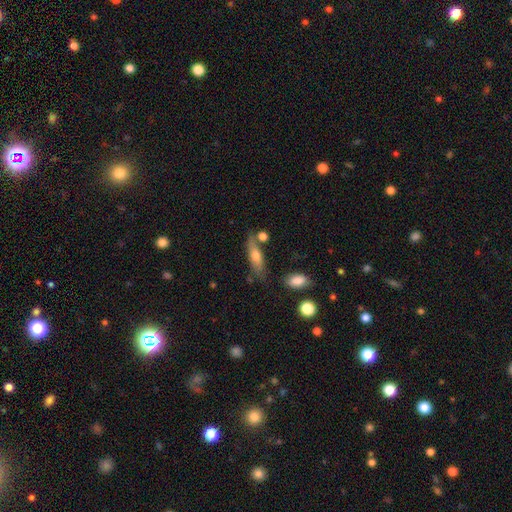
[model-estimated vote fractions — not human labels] This appears to be a smooth galaxy with no disk features (63%) that is cigar-shaped (52%). Merging: none (62%).